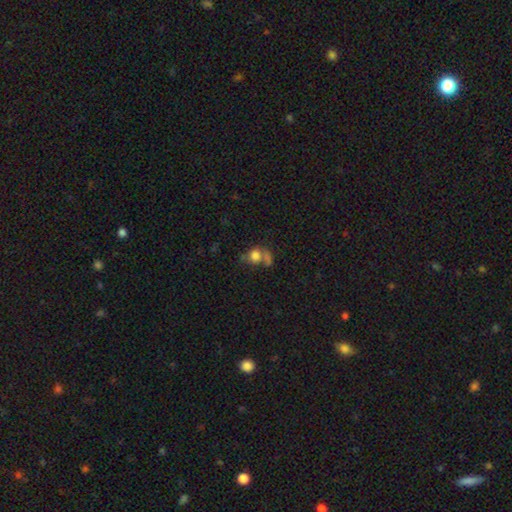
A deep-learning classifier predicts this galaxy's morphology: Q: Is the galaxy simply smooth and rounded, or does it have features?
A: smooth — 72%.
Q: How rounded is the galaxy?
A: round — 63%.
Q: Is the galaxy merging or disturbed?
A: merger — 41%.